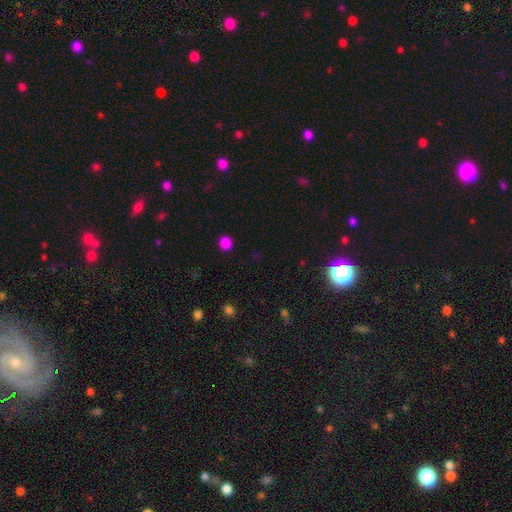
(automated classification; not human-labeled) Smooth or featured?
  - smooth: 56% *
  - star or artifact: 39%
  - featured or disk: 5%
How rounded?
  - round: 85% *
  - in between: 13%
  - cigar-shaped: 2%
Merging?
  - none: 88% *
  - minor disturbance: 6%
  - major disturbance: 4%
  - merger: 2%